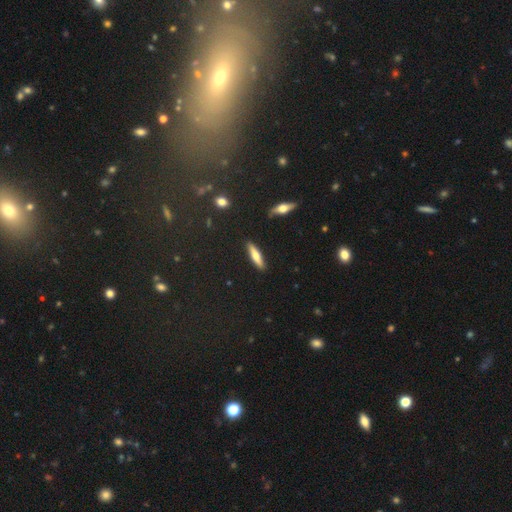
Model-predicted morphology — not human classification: Smooth or featured?
  - smooth: 58% *
  - featured or disk: 35%
  - star or artifact: 8%
How rounded?
  - cigar-shaped: 81% *
  - in between: 17%
  - round: 2%
Merging?
  - none: 88% *
  - minor disturbance: 8%
  - major disturbance: 2%
  - merger: 2%